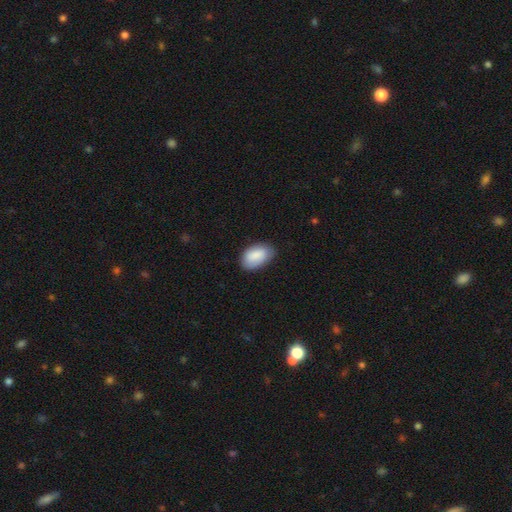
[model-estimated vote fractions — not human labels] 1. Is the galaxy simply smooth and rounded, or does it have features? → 87% smooth, 7% featured or disk, 6% star or artifact.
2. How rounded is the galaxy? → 93% in between, 5% round, 1% cigar-shaped.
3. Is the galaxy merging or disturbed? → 77% none, 19% minor disturbance, 3% major disturbance, 1% merger.